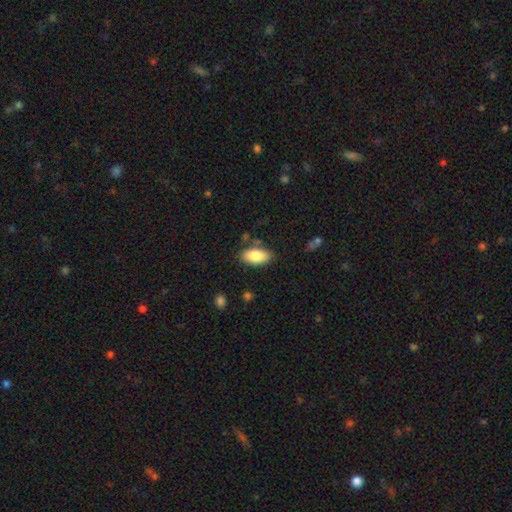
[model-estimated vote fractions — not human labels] smooth 84%, featured or disk 10%, star or artifact 6%. Down the decision tree: how rounded — in between (93%); merging — none (80%).